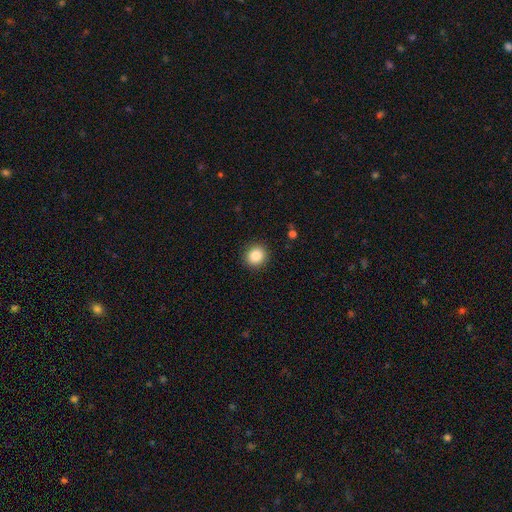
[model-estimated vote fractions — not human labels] Overall: smooth (86%). How rounded: round (87%). Merging: none (91%).